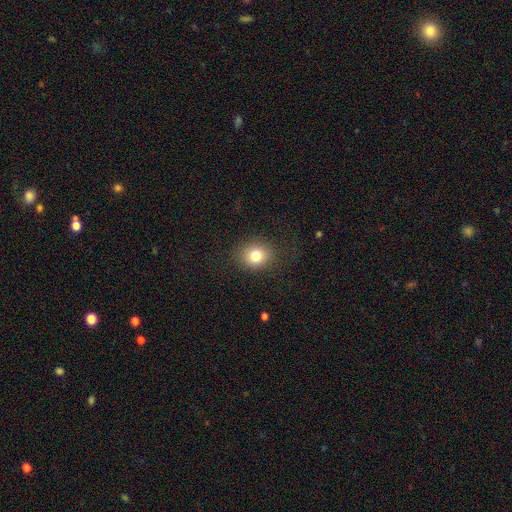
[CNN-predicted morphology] smooth_or_featured: smooth (p=0.79) [alt: star or artifact p=0.12]
how_rounded: round (p=0.69) [alt: in between p=0.30]
merging: none (p=0.85) [alt: minor disturbance p=0.10]